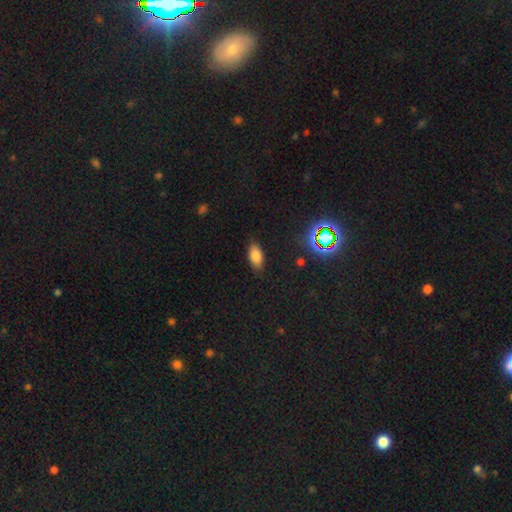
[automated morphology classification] smooth_or_featured: smooth (p=0.79) [alt: star or artifact p=0.13]
how_rounded: in between (p=0.90) [alt: cigar-shaped p=0.05]
merging: none (p=0.84) [alt: minor disturbance p=0.12]